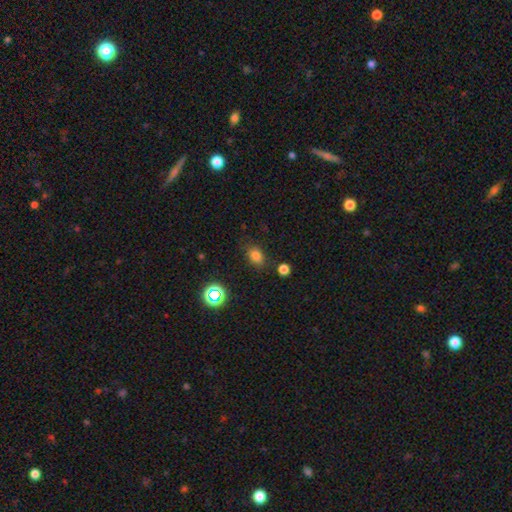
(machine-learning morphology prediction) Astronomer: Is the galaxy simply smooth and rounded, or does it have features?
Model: smooth — 77%.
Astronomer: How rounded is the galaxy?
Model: in between — 67%.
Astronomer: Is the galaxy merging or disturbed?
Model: none — 77%.